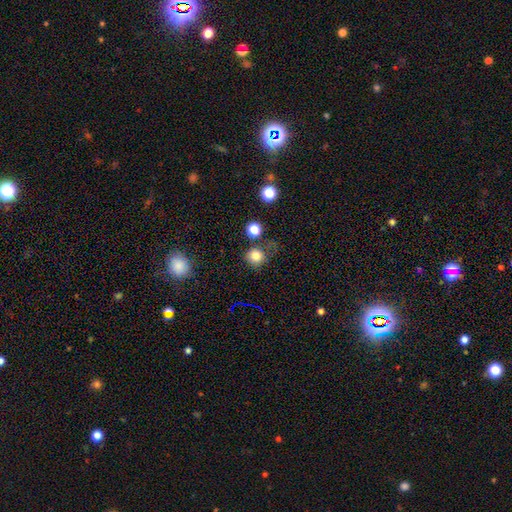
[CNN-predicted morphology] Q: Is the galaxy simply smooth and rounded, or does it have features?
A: smooth — 80%.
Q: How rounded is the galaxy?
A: round — 90%.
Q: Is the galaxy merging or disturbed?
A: none — 69%.